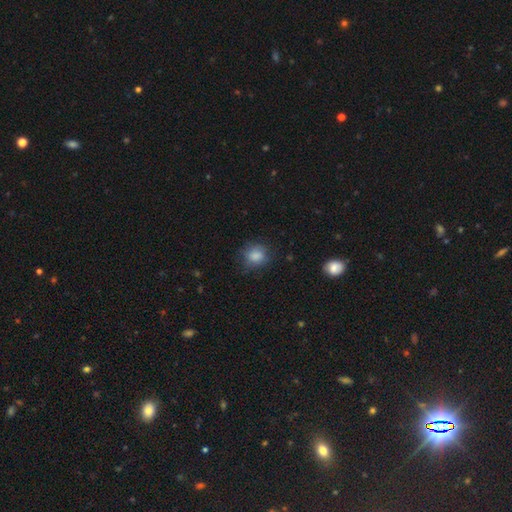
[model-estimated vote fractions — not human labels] The model was most divided on "how rounded": round: 71%, in between: 28%, cigar-shaped: 1%. More confident: smooth or featured — smooth (82%); merging — none (69%).